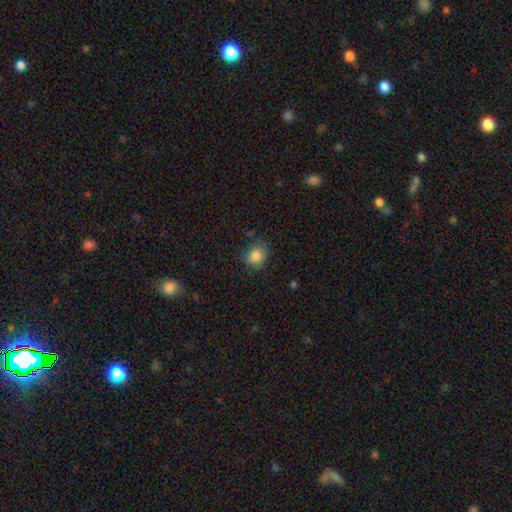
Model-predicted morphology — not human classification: Q: Smooth or featured?
A: smooth (84%); runner-up: star or artifact (9%)
Q: How rounded?
A: round (57%); runner-up: in between (42%)
Q: Merging?
A: none (69%); runner-up: minor disturbance (23%)